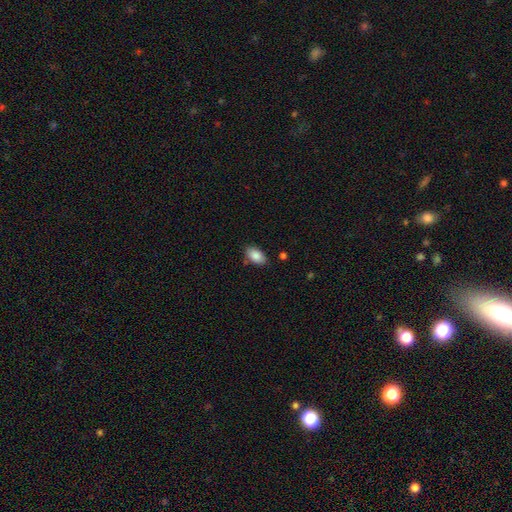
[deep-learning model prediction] This is clearly a smooth galaxy (87%). How rounded: clearly in between (93%). Merging: clearly none (81%).